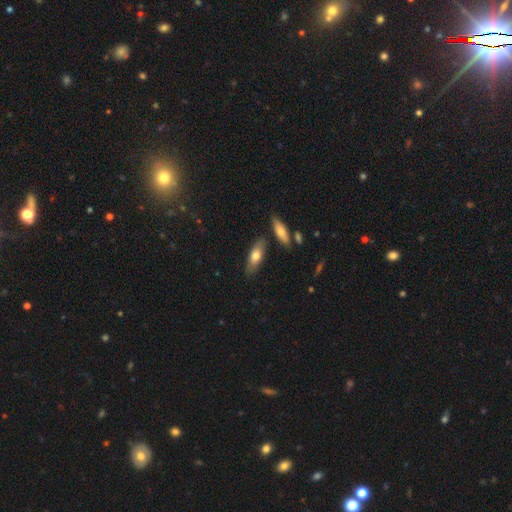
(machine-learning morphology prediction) Smooth or featured: smooth — 69% (featured or disk — 25%)
How rounded: in between — 68% (cigar-shaped — 30%)
Merging: none — 80% (minor disturbance — 12%)